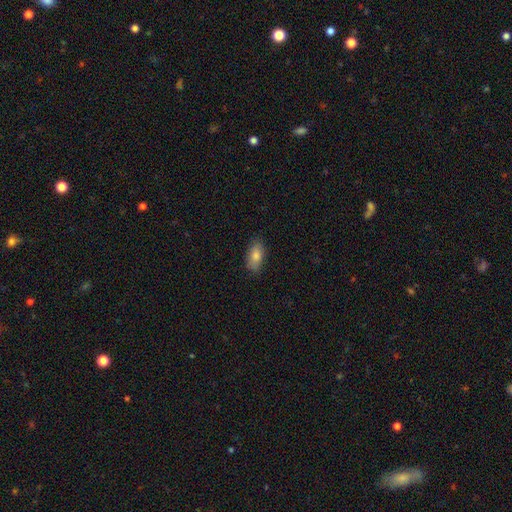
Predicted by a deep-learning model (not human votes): smooth 80%, featured or disk 12%, star or artifact 8%. Down the decision tree: how rounded — in between (86%); merging — none (85%).